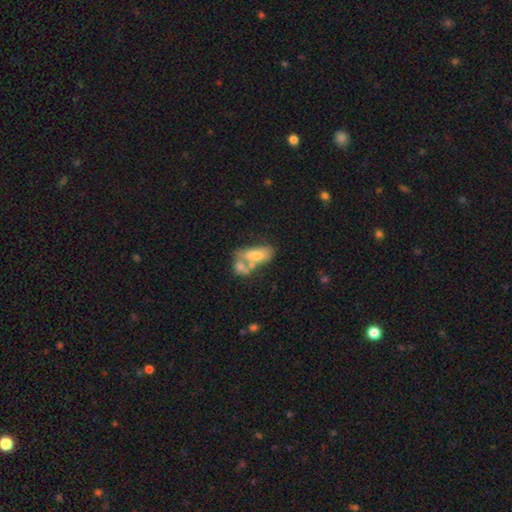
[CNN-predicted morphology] Smooth or featured: smooth — 63% (featured or disk — 28%)
How rounded: in between — 85% (cigar-shaped — 9%)
Merging: merger — 54% (none — 23%)